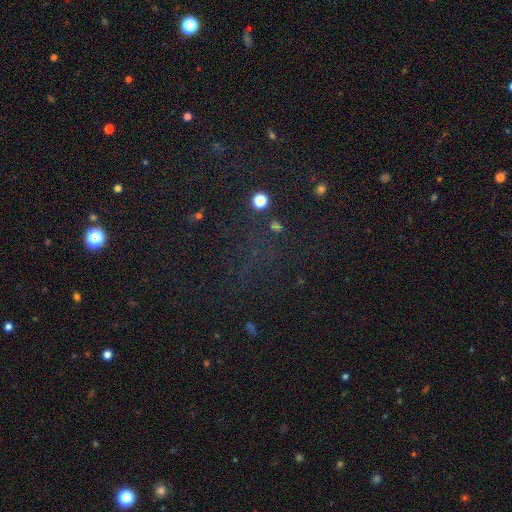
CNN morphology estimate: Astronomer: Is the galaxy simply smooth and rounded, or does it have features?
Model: star or artifact — 63%.